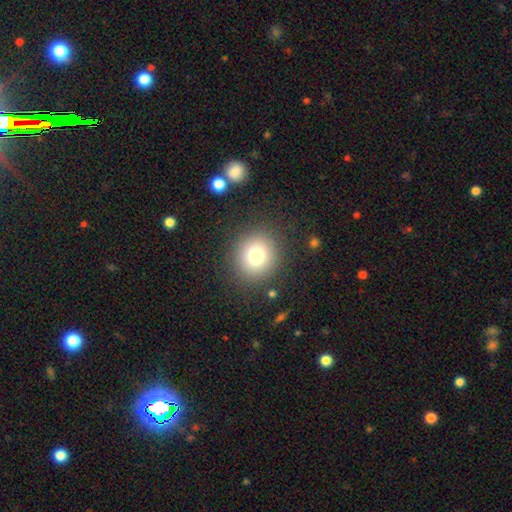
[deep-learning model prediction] Smooth or featured? Predicted: smooth (p=0.76). How rounded? Predicted: round (p=0.87). Merging? Predicted: none (p=0.87).